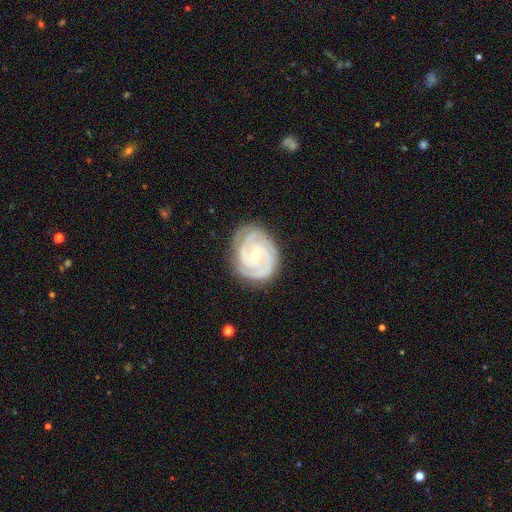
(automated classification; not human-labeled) Smooth or featured: featured or disk — 90% (smooth — 5%)
Edge-on disk: no — 98% (yes — 2%)
Bar: no — 66% (weak — 26%)
Spiral arms: yes — 98% (no — 2%)
Spiral winding: tight — 75% (medium — 22%)
Spiral arm count: 3 — 38% (tied with 2 — 38%)
Bulge size: small — 70% (moderate — 27%)
Merging: none — 80% (minor disturbance — 15%)